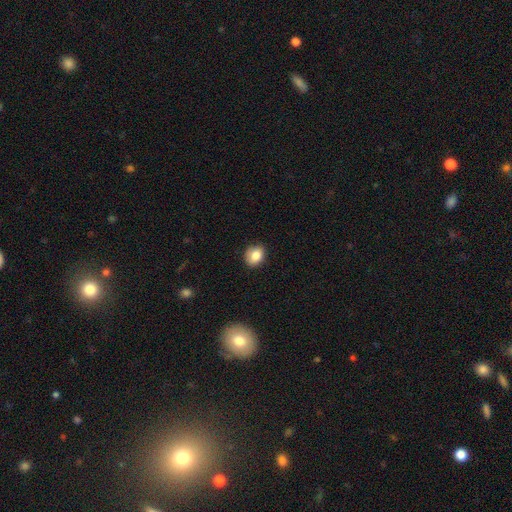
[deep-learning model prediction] smooth 84%, star or artifact 9%, featured or disk 7%. Down the decision tree: how rounded — in between (56%); merging — none (81%).